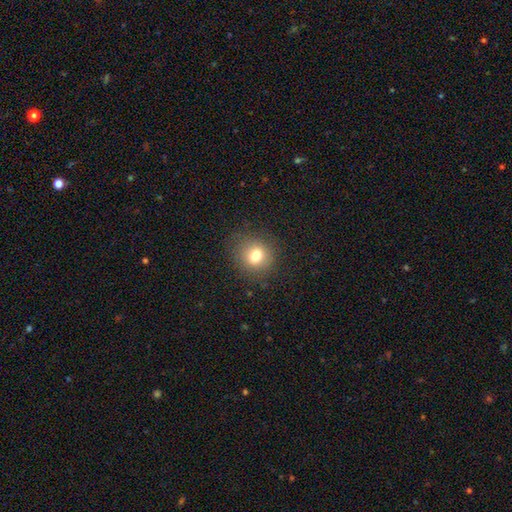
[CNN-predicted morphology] The model was most divided on "how rounded": round: 81%, in between: 18%, cigar-shaped: 1%. More confident: merging — none (84%); smooth or featured — smooth (78%).